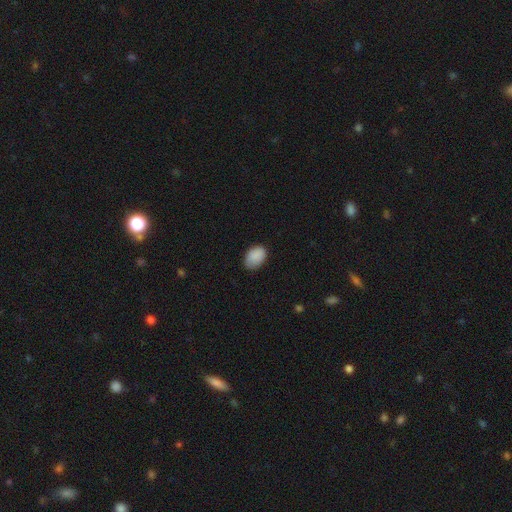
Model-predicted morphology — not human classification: smooth 89%, star or artifact 7%, featured or disk 4%. Down the decision tree: how rounded — in between (85%); merging — none (75%).